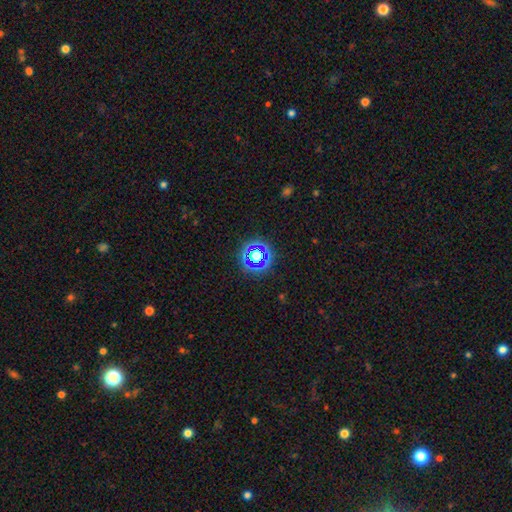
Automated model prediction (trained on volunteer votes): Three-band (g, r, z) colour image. It shows a star or artifact, not a galaxy (57%).